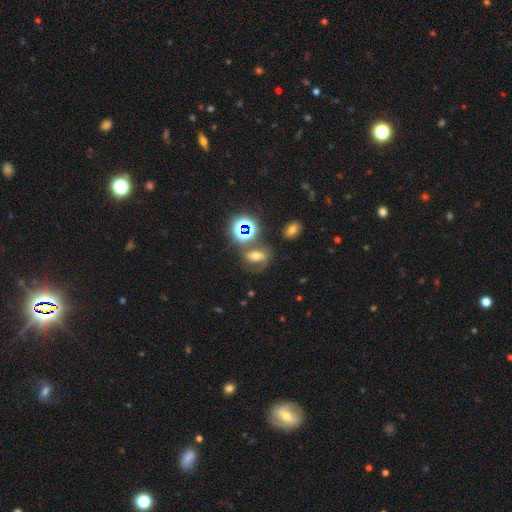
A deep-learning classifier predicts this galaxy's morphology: Smooth or featured? smooth (34%)
Merging? none (59%)